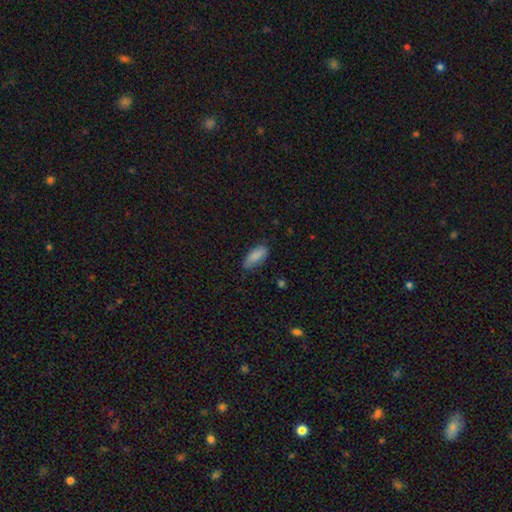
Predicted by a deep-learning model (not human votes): A smooth galaxy with no disk features (87%) that is in between round and cigar-shaped (79%). Merging: none (68%).